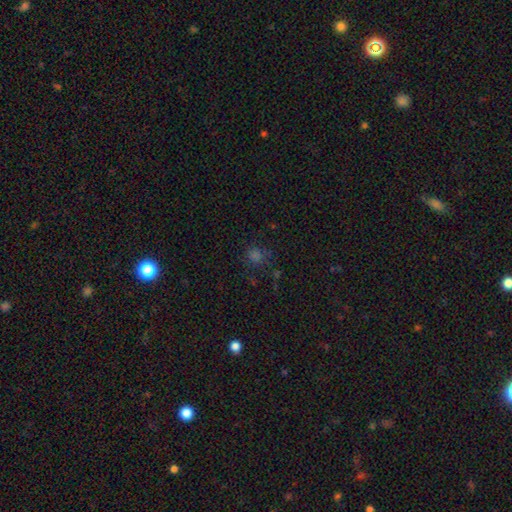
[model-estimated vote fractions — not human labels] Smooth or featured: smooth — 56% (star or artifact — 36%)
How rounded: round — 84% (in between — 14%)
Merging: none — 75% (minor disturbance — 13%)